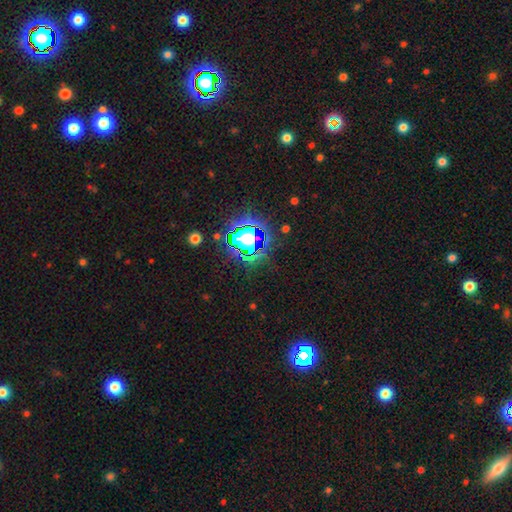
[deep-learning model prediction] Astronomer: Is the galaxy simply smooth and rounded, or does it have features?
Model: star or artifact — 81%.